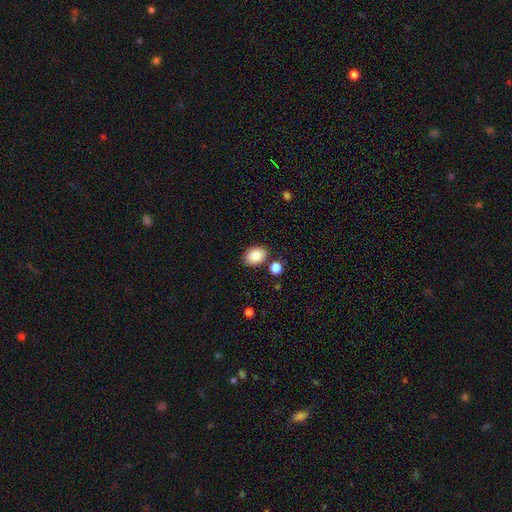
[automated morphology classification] This appears to be a smooth galaxy with no disk features (87%) that is in between round and cigar-shaped (73%). Merging: none (81%).